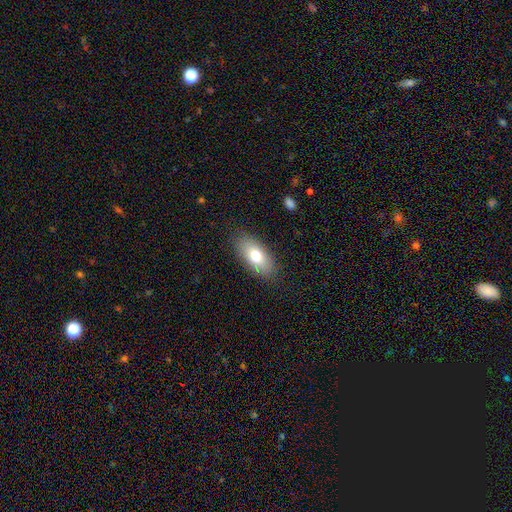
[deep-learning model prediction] Smooth or featured? Predicted: smooth (p=0.73). How rounded? Predicted: in between (p=0.88). Merging? Predicted: none (p=0.86).